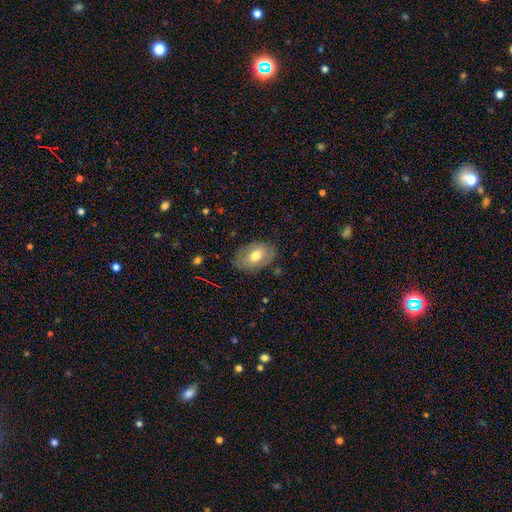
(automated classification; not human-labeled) Morphology: type=smooth (61%); roundness=in between (85%); merging=none (80%).